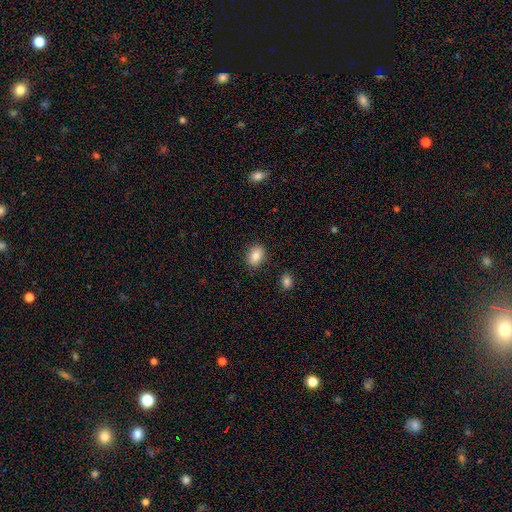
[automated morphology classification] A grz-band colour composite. It shows a smooth galaxy with no disk features (85%) that is in between round and cigar-shaped (79%). Merging: none (86%).